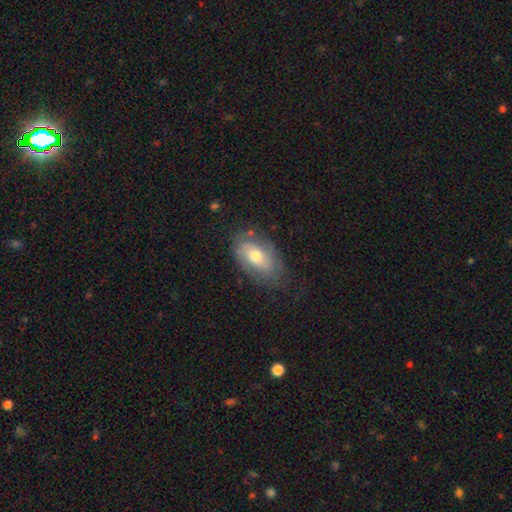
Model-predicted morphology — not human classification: A smooth galaxy with no disk features (47%). Merging: none (66%).